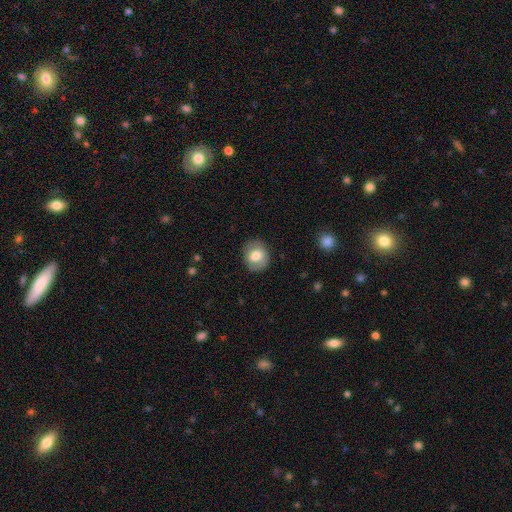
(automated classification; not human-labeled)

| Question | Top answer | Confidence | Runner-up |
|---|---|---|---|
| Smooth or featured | smooth | 69% | featured or disk (23%) |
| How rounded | round | 68% | in between (31%) |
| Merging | none | 83% | minor disturbance (12%) |